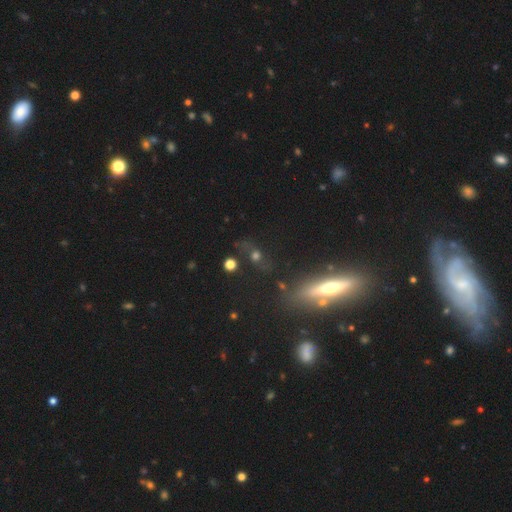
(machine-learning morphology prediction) Smooth or featured? Predicted: smooth (p=0.42). Merging? Predicted: none (p=0.61).